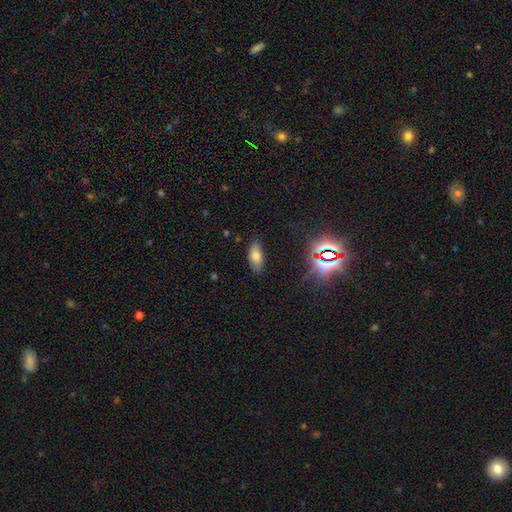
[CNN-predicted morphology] The model was most divided on "smooth or featured": smooth: 76%, star or artifact: 13%, featured or disk: 11%. More confident: how rounded — in between (87%); merging — none (84%).